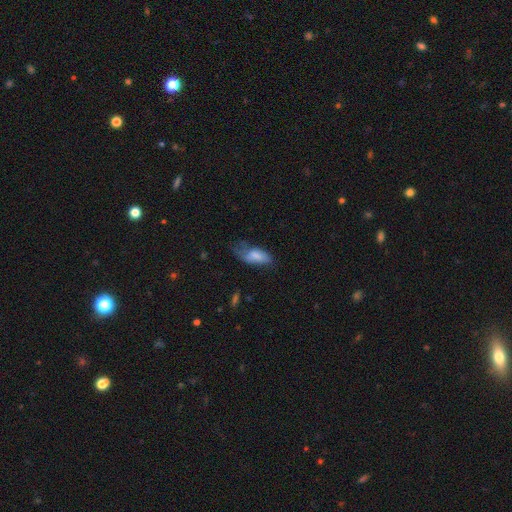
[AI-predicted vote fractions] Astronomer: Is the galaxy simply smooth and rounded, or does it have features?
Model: smooth — 72%.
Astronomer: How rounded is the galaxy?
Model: in between — 87%.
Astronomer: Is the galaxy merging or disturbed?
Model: major disturbance — 37% (runner-up: minor disturbance, 34%).